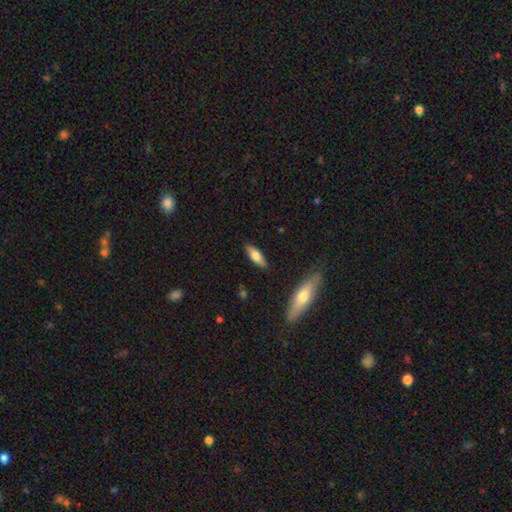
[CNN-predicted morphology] A smooth galaxy with no disk features (69%) that is in between round and cigar-shaped (62%).

Vote fractions:
- Smooth or featured? smooth: 69% / featured or disk: 25% / star or artifact: 6%
- How rounded? in between: 62% / cigar-shaped: 36% / round: 2%
- Merging? none: 87% / minor disturbance: 10% / major disturbance: 2% / merger: 2%